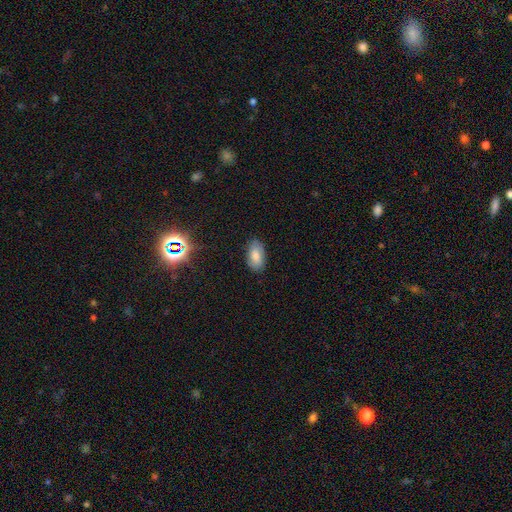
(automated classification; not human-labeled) Smooth or featured? Predicted: smooth (p=0.79). How rounded? Predicted: in between (p=0.94). Merging? Predicted: none (p=0.81).